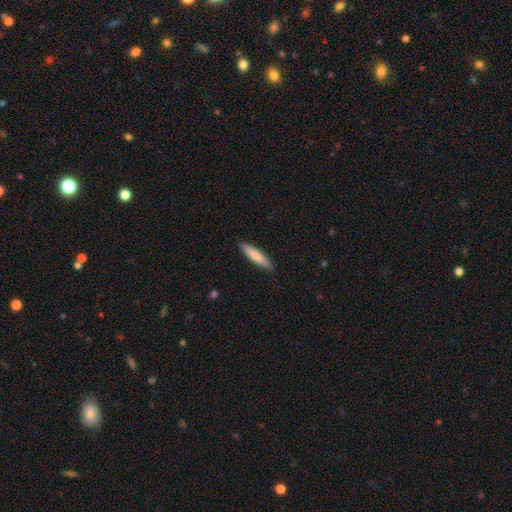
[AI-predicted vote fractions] Smooth or featured? smooth (80%)
How rounded? cigar-shaped (82%)
Merging? none (89%)